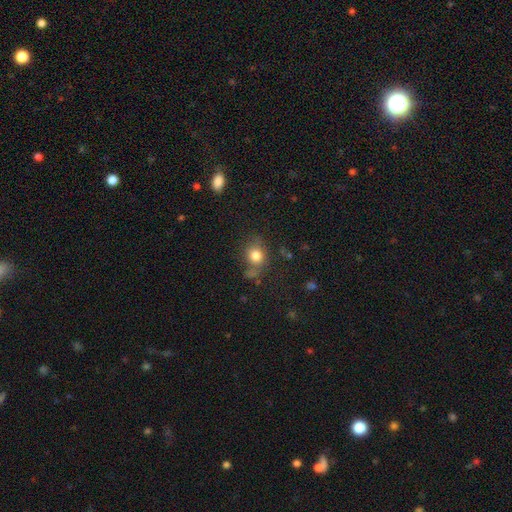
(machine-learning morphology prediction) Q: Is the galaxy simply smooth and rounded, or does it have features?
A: smooth — 80%.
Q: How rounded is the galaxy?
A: round — 68%.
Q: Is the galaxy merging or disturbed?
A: none — 64%.